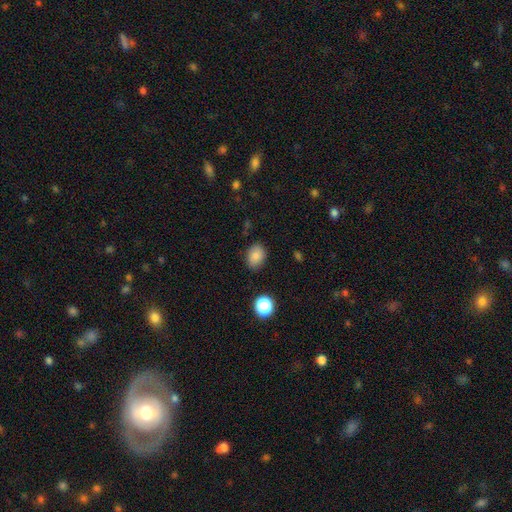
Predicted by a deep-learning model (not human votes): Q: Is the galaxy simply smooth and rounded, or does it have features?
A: smooth — 84%.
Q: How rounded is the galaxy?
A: in between — 67%.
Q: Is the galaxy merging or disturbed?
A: none — 83%.